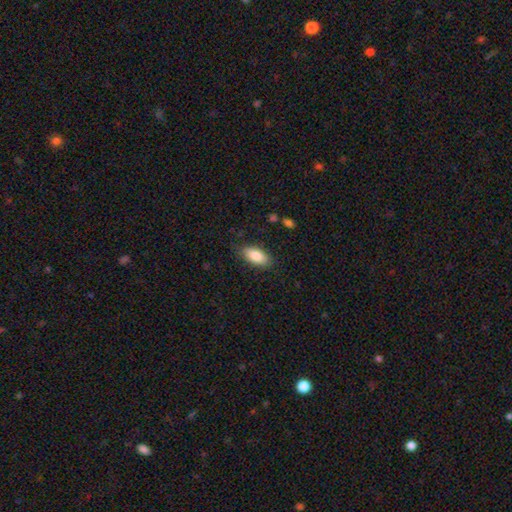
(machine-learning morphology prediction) Smooth or featured? Predicted: smooth (p=0.85). How rounded? Predicted: in between (p=0.89). Merging? Predicted: none (p=0.85).